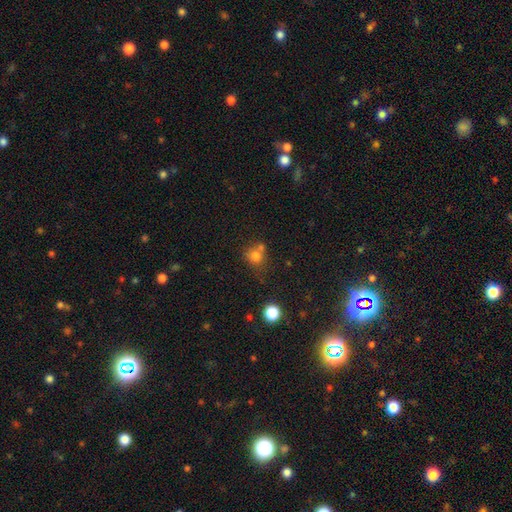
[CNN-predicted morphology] A smooth galaxy with no disk features (76%) that is round (80%).

Vote fractions:
- Smooth or featured? smooth: 76% / star or artifact: 14% / featured or disk: 10%
- How rounded? round: 80% / in between: 19% / cigar-shaped: 1%
- Merging? none: 50% / merger: 33% / minor disturbance: 12% / major disturbance: 5%